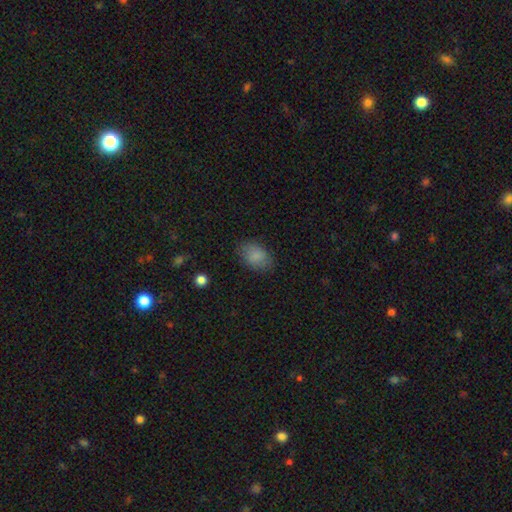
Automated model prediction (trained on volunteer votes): A smooth galaxy with no disk features (86%) that is in between round and cigar-shaped (84%).

Vote fractions:
- Smooth or featured? smooth: 86% / star or artifact: 8% / featured or disk: 6%
- How rounded? in between: 84% / round: 15% / cigar-shaped: 1%
- Merging? none: 81% / minor disturbance: 14% / major disturbance: 4% / merger: 1%